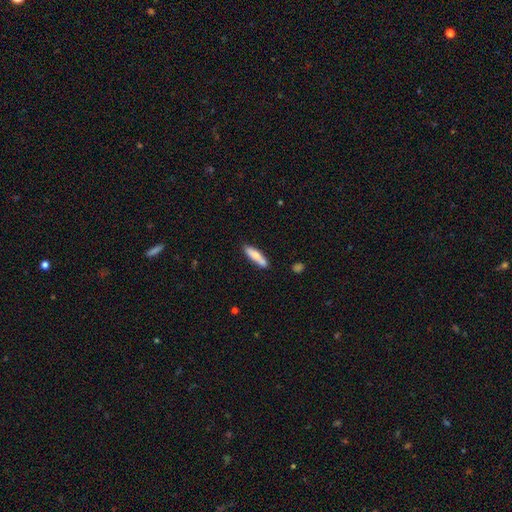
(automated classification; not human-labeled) This appears to be a smooth galaxy with no disk features (72%) that is cigar-shaped (73%). Merging: none (72%).